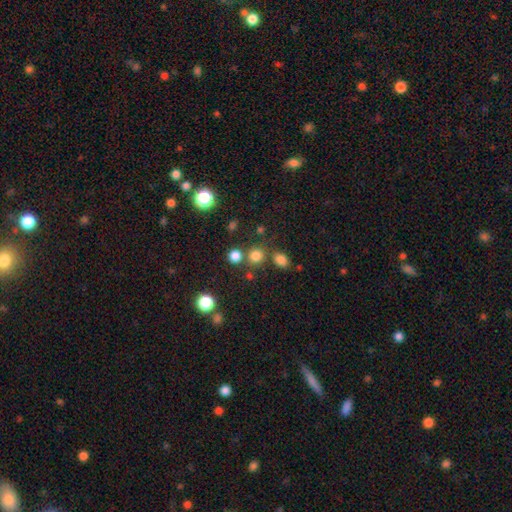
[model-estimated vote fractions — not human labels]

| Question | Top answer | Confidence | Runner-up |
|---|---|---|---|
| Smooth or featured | smooth | 77% | star or artifact (17%) |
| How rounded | round | 82% | in between (17%) |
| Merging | none | 72% | merger (15%) |